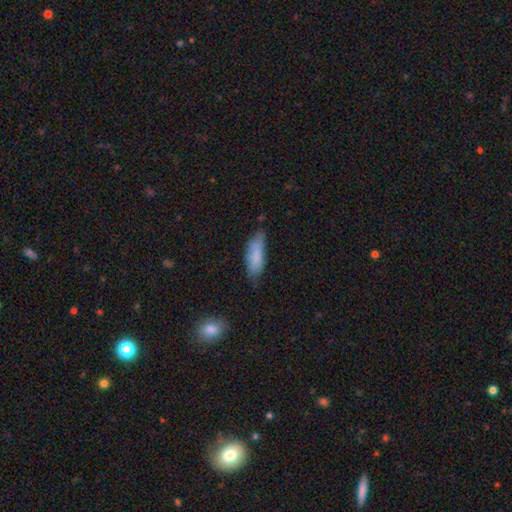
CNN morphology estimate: Smooth or featured: smooth — 79% (featured or disk — 14%)
How rounded: in between — 58% (cigar-shaped — 40%)
Merging: none — 56% (minor disturbance — 32%)